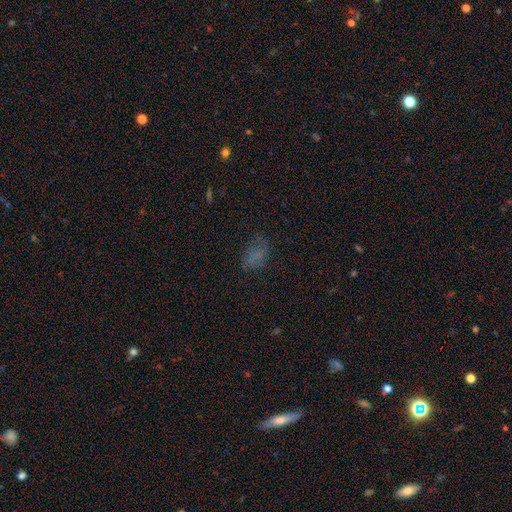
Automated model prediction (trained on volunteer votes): Q: Smooth or featured?
A: smooth (62%); runner-up: star or artifact (21%)
Q: How rounded?
A: in between (83%); runner-up: round (15%)
Q: Merging?
A: none (58%); runner-up: minor disturbance (25%)